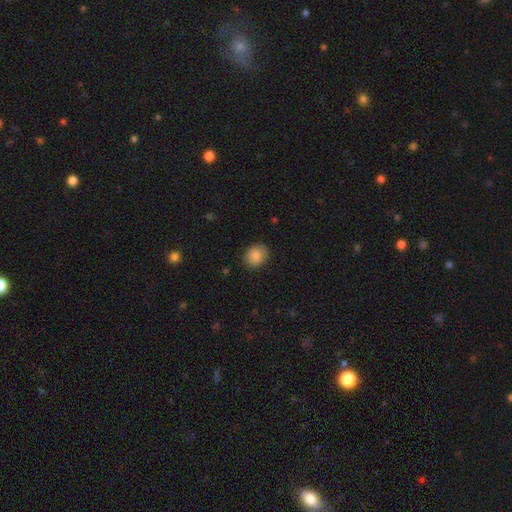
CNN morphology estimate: Smooth or featured? Predicted: smooth (p=0.88). How rounded? Predicted: round (p=0.68). Merging? Predicted: none (p=0.83).